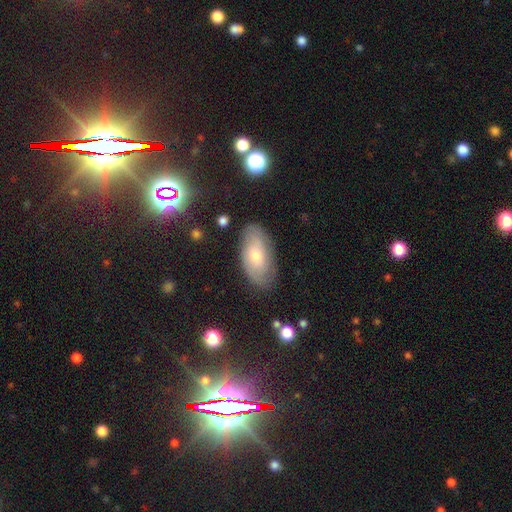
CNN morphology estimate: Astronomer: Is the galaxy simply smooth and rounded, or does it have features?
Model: featured or disk — 49% (runner-up: smooth, 41%).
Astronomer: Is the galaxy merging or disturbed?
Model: none — 78%.